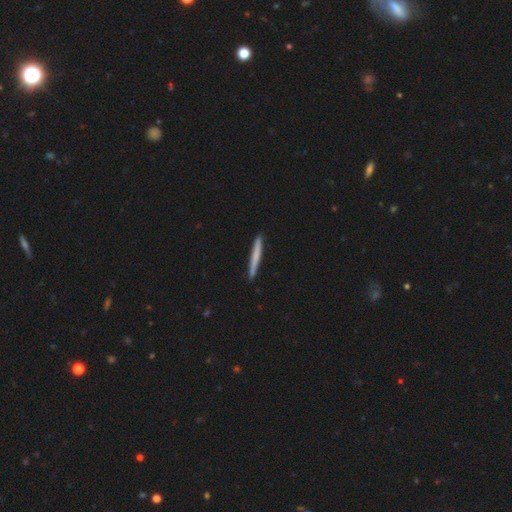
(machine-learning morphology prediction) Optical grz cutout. It shows a smooth galaxy with no disk features (64%) that is cigar-shaped (97%). Merging: none (91%).